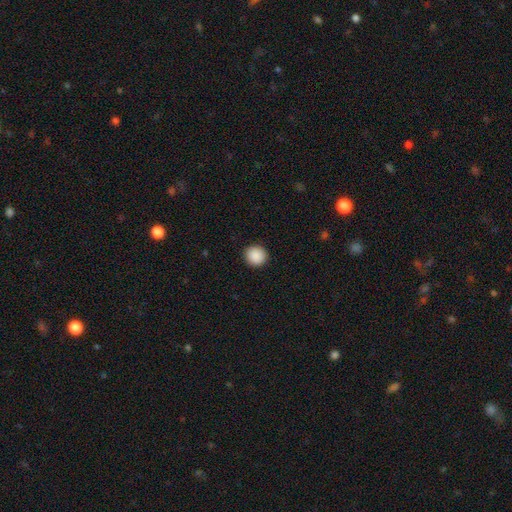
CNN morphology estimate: smooth_or_featured: smooth (p=0.90) [alt: star or artifact p=0.08]
how_rounded: round (p=0.92) [alt: in between p=0.07]
merging: none (p=0.92) [alt: minor disturbance p=0.05]